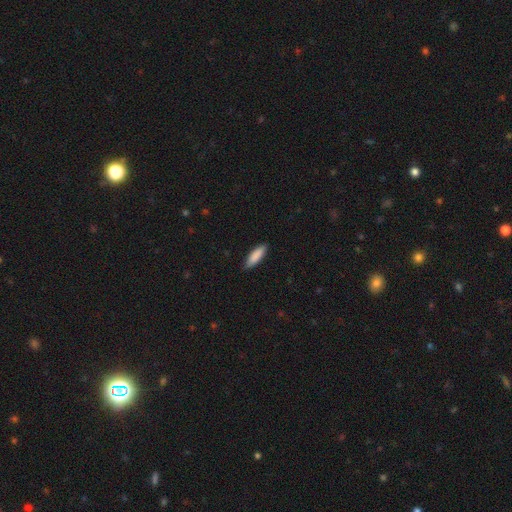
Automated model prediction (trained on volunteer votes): smooth 87%, featured or disk 8%, star or artifact 6%. Down the decision tree: how rounded — cigar-shaped (55%); merging — none (83%).